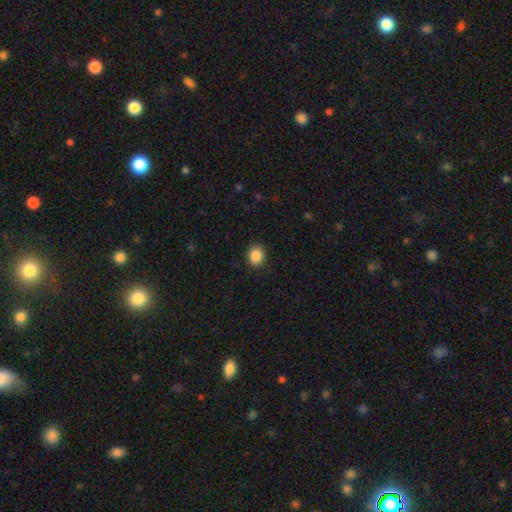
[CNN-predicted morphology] Overall: smooth (88%). How rounded: round (70%). Merging: none (91%).